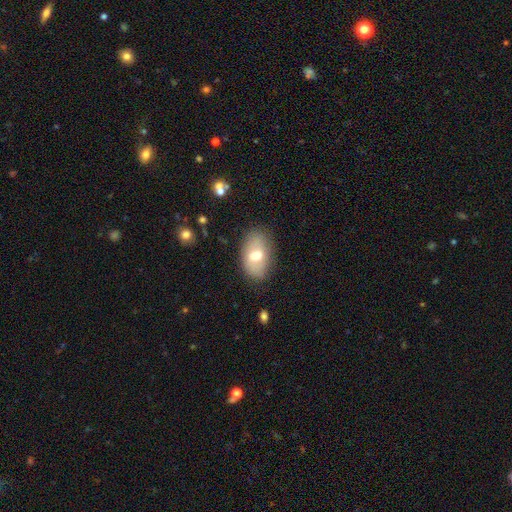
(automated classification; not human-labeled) This is likely a smooth galaxy (64%). How rounded: clearly in between (89%). Merging: likely none (78%).